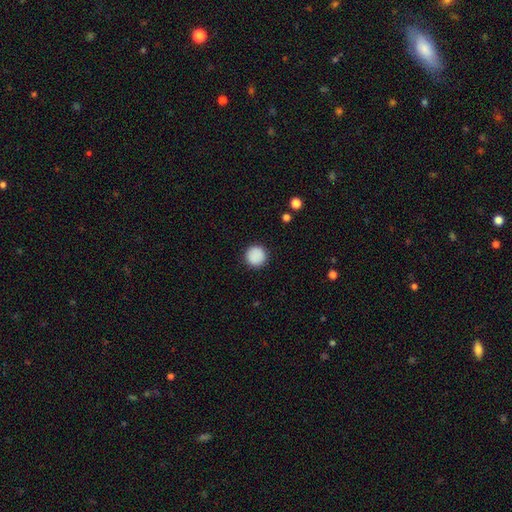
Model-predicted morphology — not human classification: Smooth or featured: smooth — 89% (star or artifact — 8%)
How rounded: round — 96% (in between — 3%)
Merging: none — 92% (minor disturbance — 5%)